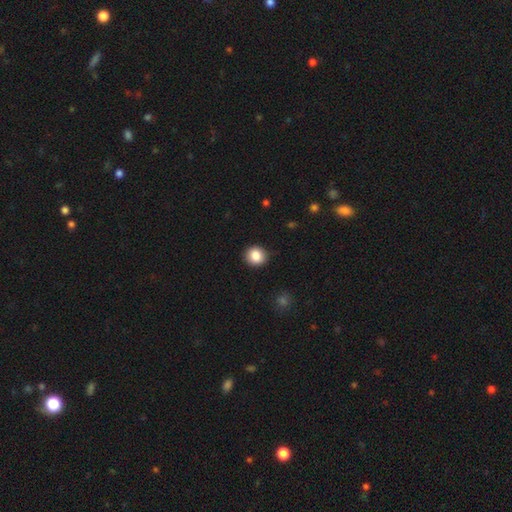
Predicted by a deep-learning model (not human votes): A smooth galaxy with no disk features (86%) that is round (85%).

Vote fractions:
- Smooth or featured? smooth: 86% / star or artifact: 9% / featured or disk: 5%
- How rounded? round: 85% / in between: 14% / cigar-shaped: 1%
- Merging? none: 89% / minor disturbance: 8% / major disturbance: 2% / merger: 1%